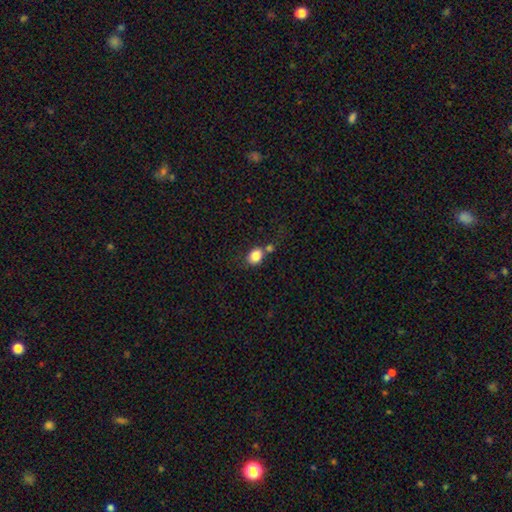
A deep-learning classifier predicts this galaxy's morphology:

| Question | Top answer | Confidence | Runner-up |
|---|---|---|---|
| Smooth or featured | smooth | 84% | star or artifact (9%) |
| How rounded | in between | 53% | round (46%) |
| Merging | none | 59% | merger (22%) |